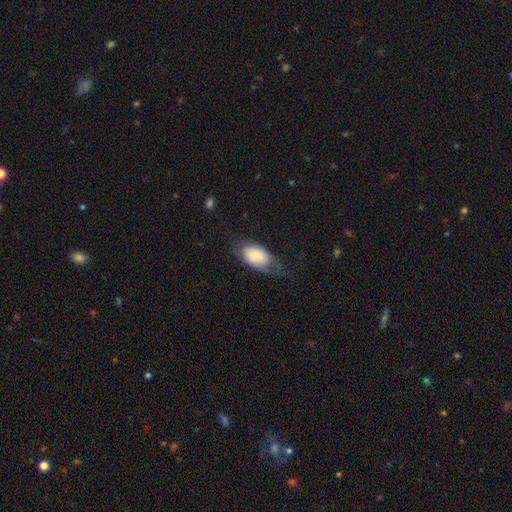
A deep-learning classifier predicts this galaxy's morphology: smooth_or_featured: smooth (p=0.72) [alt: featured or disk p=0.21]
how_rounded: in between (p=0.92) [alt: round p=0.06]
merging: none (p=0.40) [alt: minor disturbance p=0.33]